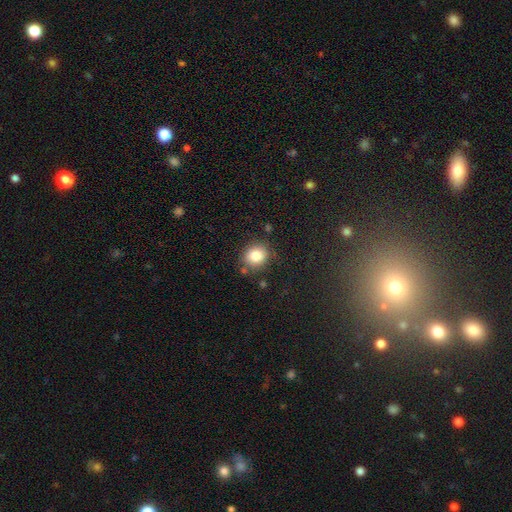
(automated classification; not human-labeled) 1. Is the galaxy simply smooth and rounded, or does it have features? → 82% smooth, 10% star or artifact, 8% featured or disk.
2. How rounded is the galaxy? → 77% round, 22% in between, 1% cigar-shaped.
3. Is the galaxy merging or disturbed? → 81% none, 12% minor disturbance, 4% merger, 3% major disturbance.